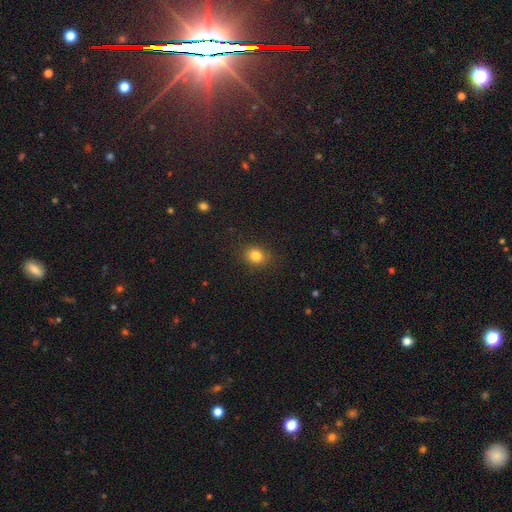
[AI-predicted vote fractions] Q: Smooth or featured?
A: smooth (82%); runner-up: star or artifact (12%)
Q: How rounded?
A: round (64%); runner-up: in between (35%)
Q: Merging?
A: none (87%); runner-up: minor disturbance (9%)